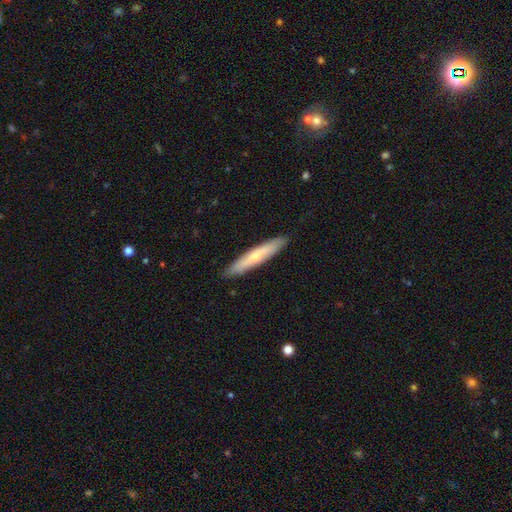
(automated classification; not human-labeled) smooth-or-featured: smooth: 49% | featured or disk: 45% | star or artifact: 6%
  merging: none: 90% | minor disturbance: 8% | major disturbance: 1% | merger: 1%